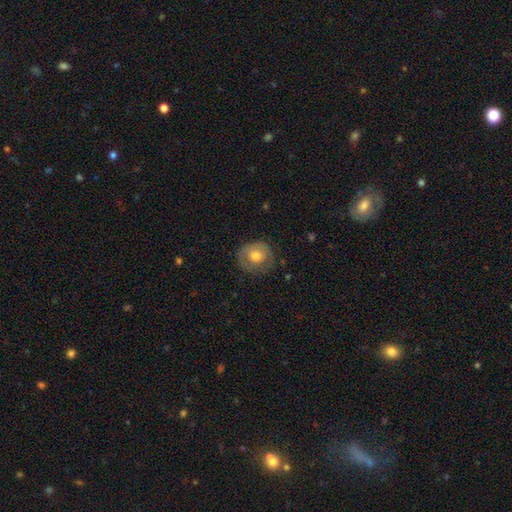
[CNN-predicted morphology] Q: Smooth or featured?
A: smooth (62%); runner-up: featured or disk (31%)
Q: How rounded?
A: round (83%); runner-up: in between (16%)
Q: Merging?
A: none (75%); runner-up: minor disturbance (18%)